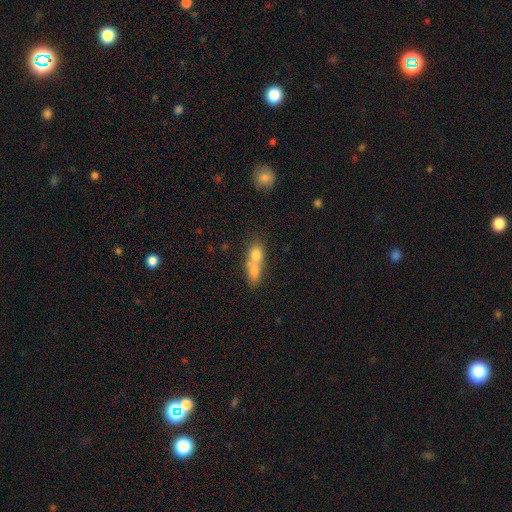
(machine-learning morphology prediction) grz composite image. It shows a smooth galaxy with no disk features (68%) that is in between round and cigar-shaped (51%). Merging: merger (71%).